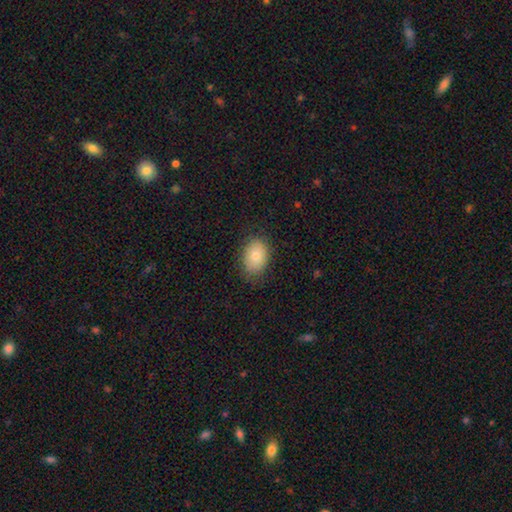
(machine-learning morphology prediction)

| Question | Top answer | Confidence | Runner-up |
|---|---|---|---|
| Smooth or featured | smooth | 78% | featured or disk (13%) |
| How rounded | in between | 76% | round (23%) |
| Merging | none | 80% | minor disturbance (15%) |